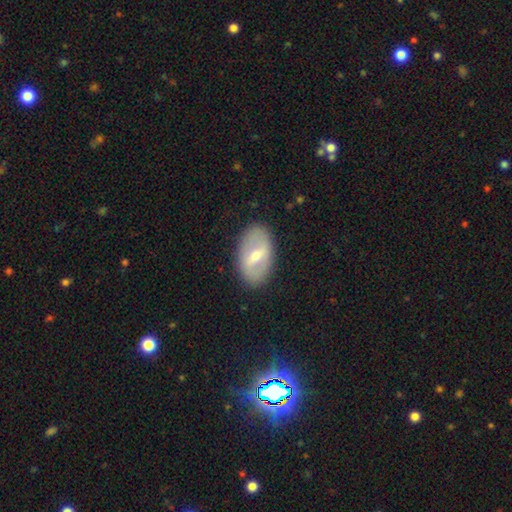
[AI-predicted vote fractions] The model was most divided on "smooth or featured": featured or disk: 54%, smooth: 40%, star or artifact: 7%. More confident: edge-on disk — no (89%); merging — none (86%).